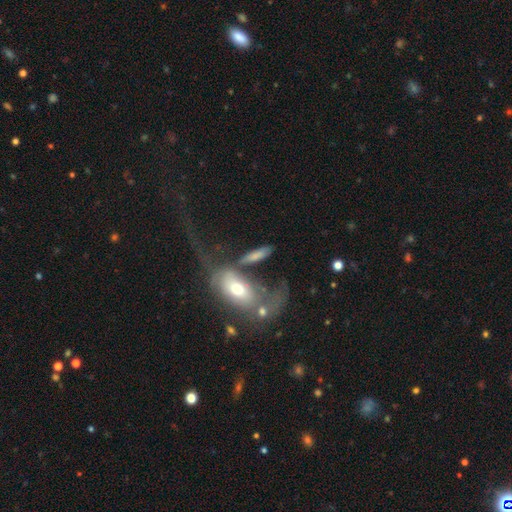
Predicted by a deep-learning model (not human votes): Smooth or featured: smooth — 64% (featured or disk — 28%)
How rounded: in between — 49% (cigar-shaped — 44%)
Merging: none — 41% (merger — 26%)